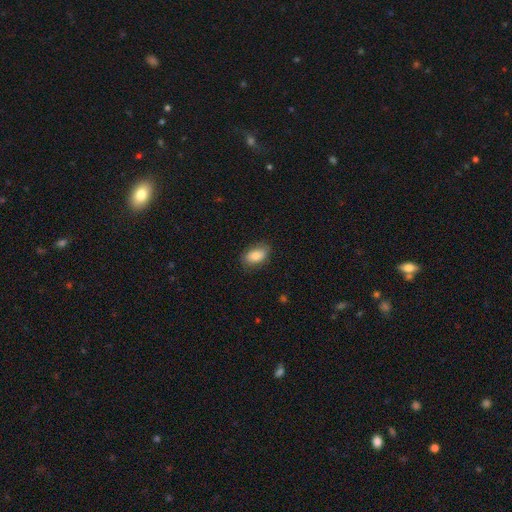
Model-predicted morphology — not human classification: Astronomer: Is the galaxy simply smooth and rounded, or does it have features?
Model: smooth — 81%.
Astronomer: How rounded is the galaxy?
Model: in between — 91%.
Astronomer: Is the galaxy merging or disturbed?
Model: none — 80%.